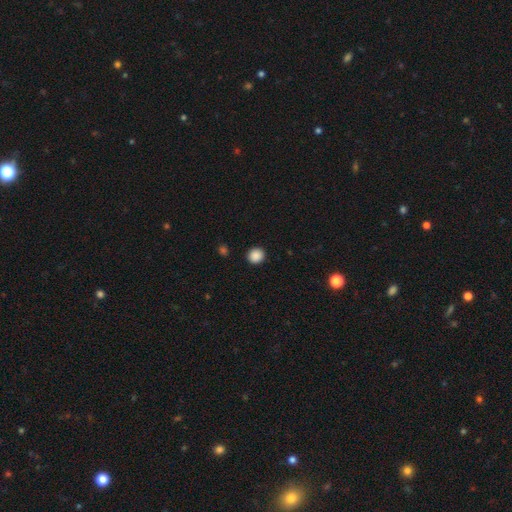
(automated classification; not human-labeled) The model was most divided on "smooth or featured": smooth: 88%, star or artifact: 10%, featured or disk: 2%. More confident: merging — none (92%); how rounded — round (89%).